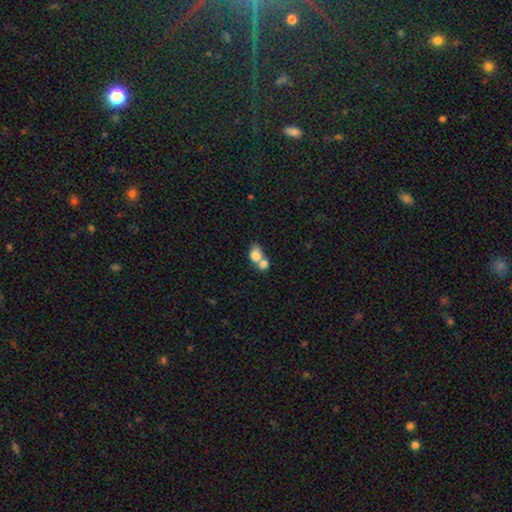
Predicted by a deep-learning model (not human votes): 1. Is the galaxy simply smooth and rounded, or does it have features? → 78% smooth, 13% featured or disk, 9% star or artifact.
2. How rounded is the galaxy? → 55% in between, 44% round, 1% cigar-shaped.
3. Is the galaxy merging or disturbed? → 68% merger, 22% none, 6% minor disturbance, 3% major disturbance.